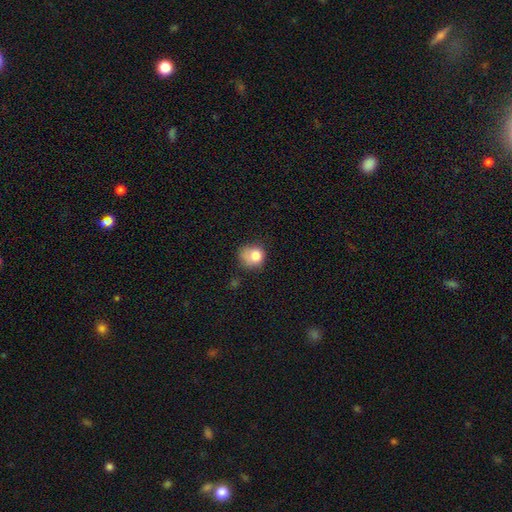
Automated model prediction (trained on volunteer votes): This is likely a smooth galaxy (79%). How rounded: likely round (74%). Merging: marginally none (43%).